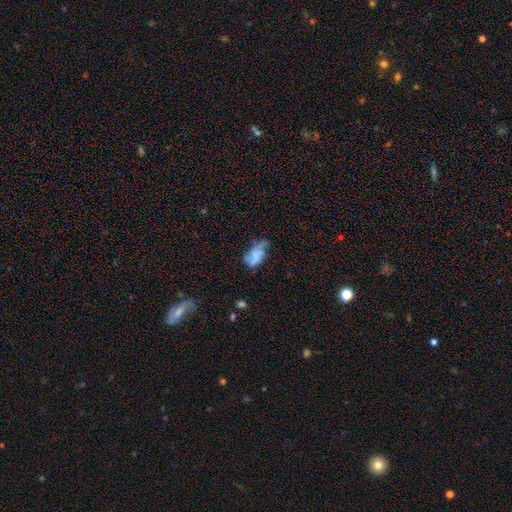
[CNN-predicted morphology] A featured or disk galaxy (45%).

Vote fractions:
- Smooth or featured? featured or disk: 45% / smooth: 42% / star or artifact: 13%
- Merging? none: 33% / major disturbance: 32% / minor disturbance: 27% / merger: 8%